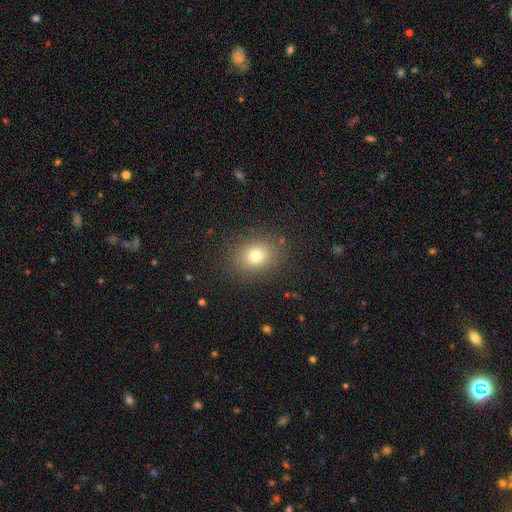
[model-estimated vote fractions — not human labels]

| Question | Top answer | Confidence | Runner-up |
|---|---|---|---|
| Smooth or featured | smooth | 77% | star or artifact (14%) |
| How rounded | round | 55% | in between (44%) |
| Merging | none | 86% | minor disturbance (9%) |